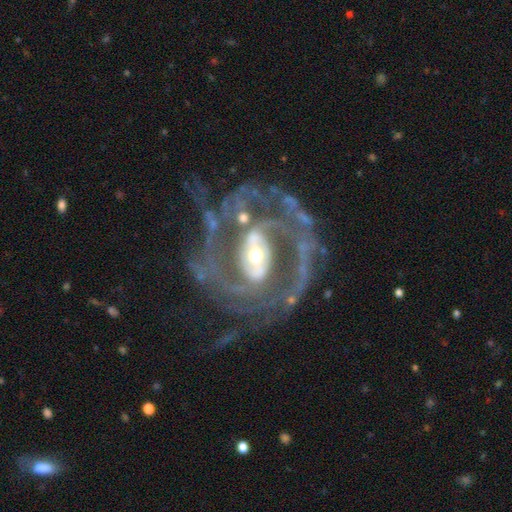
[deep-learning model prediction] smooth-or-featured: featured or disk: 91% | star or artifact: 5% | smooth: 4%
  disk-edge-on: no: 98% | yes: 2%
    bar: strong: 42% | weak: 34% | no: 24%
    has-spiral-arms: yes: 96% | no: 4%
      spiral-winding: medium: 48% | tight: 33% | loose: 19%
      spiral-arm-count: 2: 51% | 3: 16% | can't tell: 14% | 4: 7% | 1: 6% | more than 4: 6%
    bulge-size: moderate: 56% | small: 32% | large: 10% | dominant: 1% | none: 1%
  merging: none: 52% | major disturbance: 25% | minor disturbance: 17% | merger: 6%